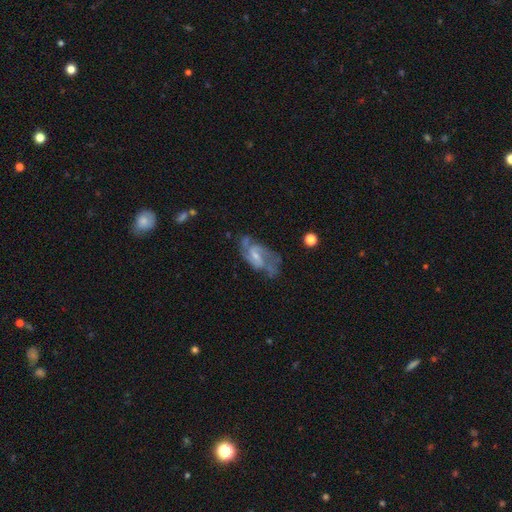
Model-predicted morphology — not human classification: Q: Smooth or featured?
A: featured or disk (83%); runner-up: smooth (10%)
Q: Edge-on disk?
A: no (96%); runner-up: yes (4%)
Q: Bar?
A: weak (52%); runner-up: no (27%)
Q: Spiral arms?
A: yes (93%); runner-up: no (7%)
Q: Spiral winding?
A: medium (52%); runner-up: loose (27%)
Q: Spiral arm count?
A: 2 (63%); runner-up: 3 (15%)
Q: Bulge size?
A: small (58%); runner-up: moderate (29%)
Q: Merging?
A: none (53%); runner-up: minor disturbance (23%)